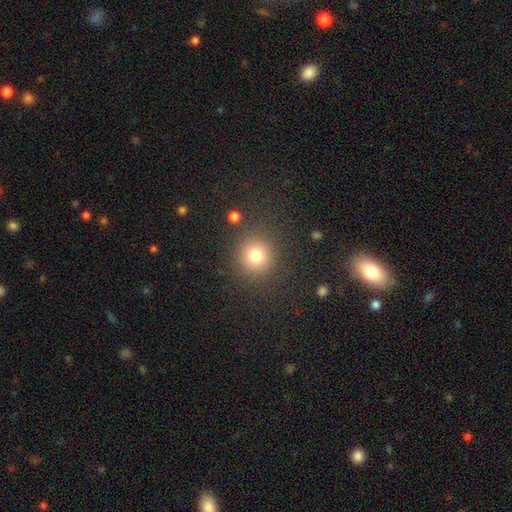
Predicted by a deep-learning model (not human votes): This is likely a smooth galaxy (79%). How rounded: clearly round (90%). Merging: clearly none (86%).